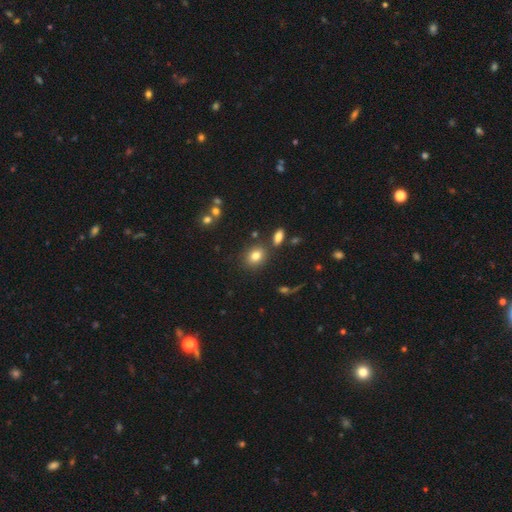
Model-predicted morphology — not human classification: This appears to be a smooth galaxy with no disk features (80%) that is round (53%). Merging: none (80%).